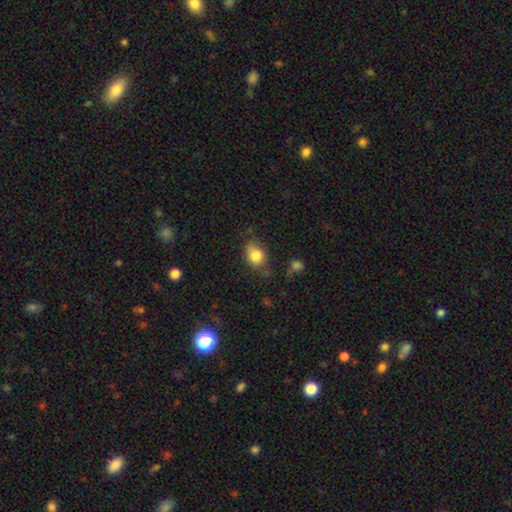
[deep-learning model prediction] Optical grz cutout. It shows a smooth galaxy with no disk features (82%) that is in between round and cigar-shaped (58%). Merging: none (65%).